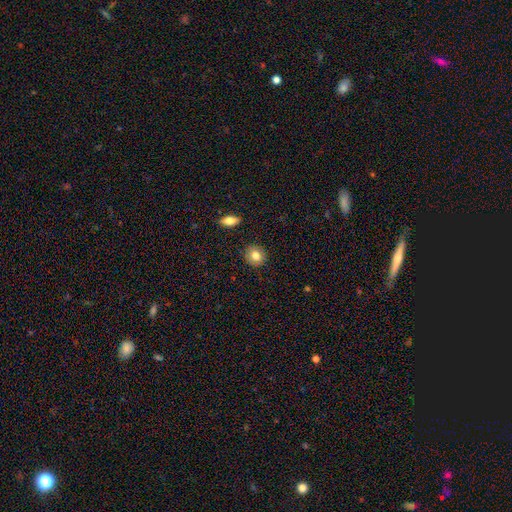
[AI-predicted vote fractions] The model was most divided on "how rounded": round: 84%, in between: 15%, cigar-shaped: 1%. More confident: merging — none (89%); smooth or featured — smooth (80%).